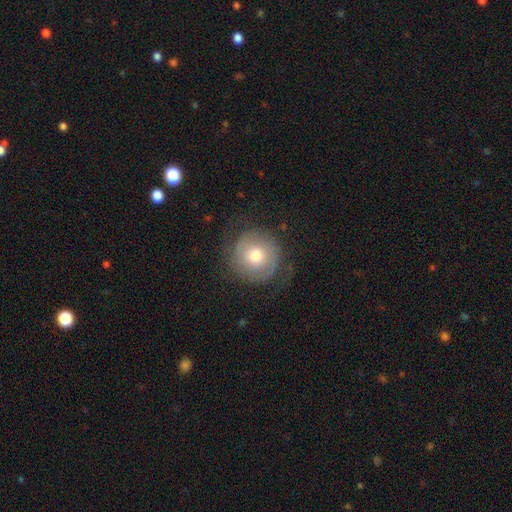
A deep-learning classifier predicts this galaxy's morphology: featured or disk 55%, smooth 37%, star or artifact 8%. Down the decision tree: edge-on disk — no (97%); bar — no (78%); spiral arms — yes (77%); bulge size — moderate (68%); merging — none (75%).